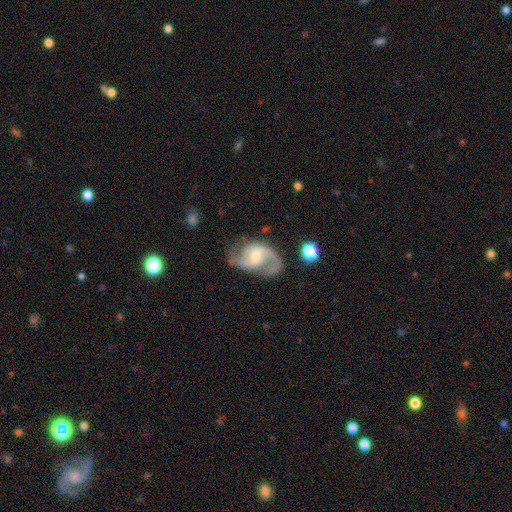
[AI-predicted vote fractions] A featured or disk galaxy (88%) with a weak bar (49%), 2 (89%) medium (52%) spiral arms (96%) and a moderate central bulge (50%).

Vote fractions:
- Smooth or featured? featured or disk: 88% / smooth: 7% / star or artifact: 5%
- Edge-on disk? no: 97% / yes: 3%
- Bar? weak: 49% / no: 36% / strong: 15%
- Spiral arms? yes: 96% / no: 4%
- Spiral winding? medium: 52% / loose: 36% / tight: 12%
- Spiral arm count? 2: 89% / 1: 4% / can't tell: 3% / 3: 2% / 4: 1% / more than 4: 1%
- Bulge size? moderate: 50% / small: 44% / large: 3% / none: 2% / dominant: 1%
- Merging? none: 68% / minor disturbance: 19% / major disturbance: 11% / merger: 2%